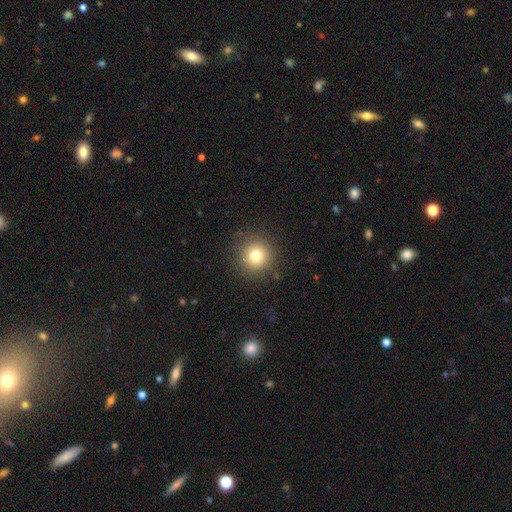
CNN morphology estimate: A smooth galaxy with no disk features (78%) that is round (95%).

Vote fractions:
- Smooth or featured? smooth: 78% / star or artifact: 13% / featured or disk: 9%
- How rounded? round: 95% / in between: 4% / cigar-shaped: 1%
- Merging? none: 90% / minor disturbance: 6% / major disturbance: 3% / merger: 1%